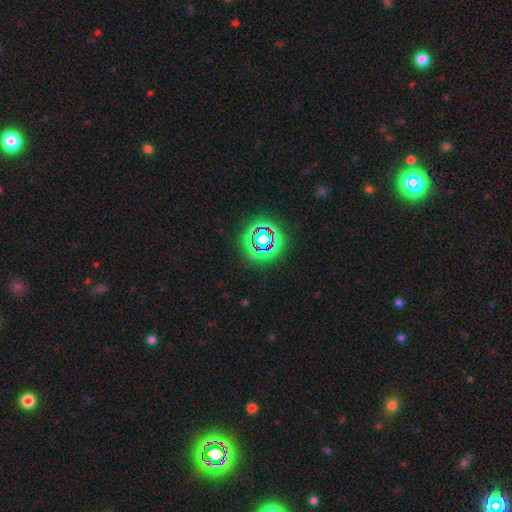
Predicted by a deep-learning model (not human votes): smooth_or_featured: star or artifact (p=0.72) [alt: smooth p=0.17]